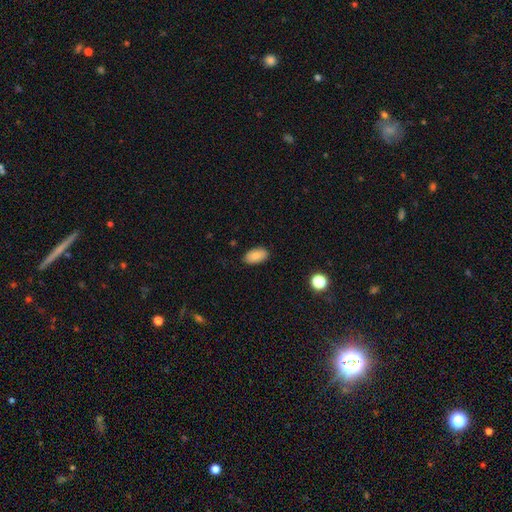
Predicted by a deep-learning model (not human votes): Smooth or featured?
  - smooth: 86% *
  - star or artifact: 7%
  - featured or disk: 7%
How rounded?
  - in between: 94% *
  - round: 4%
  - cigar-shaped: 2%
Merging?
  - none: 87% *
  - minor disturbance: 10%
  - major disturbance: 2%
  - merger: 1%